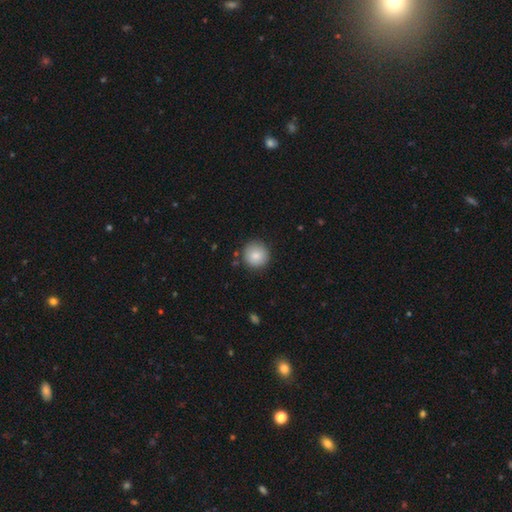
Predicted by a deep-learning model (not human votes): smooth 86%, star or artifact 8%, featured or disk 6%. Down the decision tree: how rounded — round (94%); merging — none (88%).